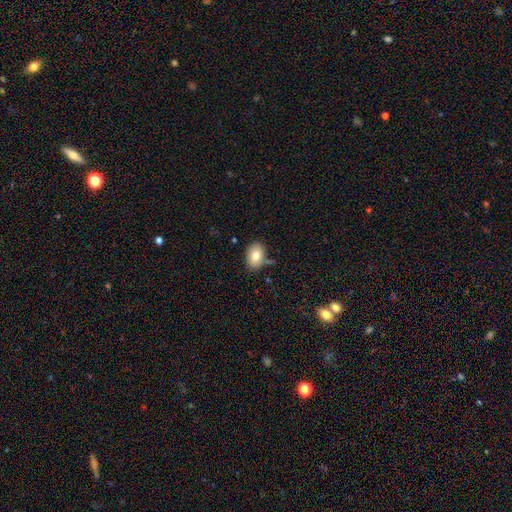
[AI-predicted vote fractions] Q: Smooth or featured?
A: smooth (78%); runner-up: featured or disk (13%)
Q: How rounded?
A: in between (80%); runner-up: round (19%)
Q: Merging?
A: none (76%); runner-up: minor disturbance (15%)